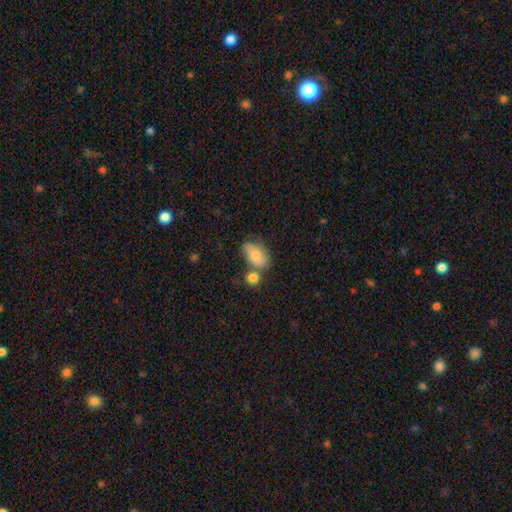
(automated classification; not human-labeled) smooth 76%, featured or disk 17%, star or artifact 7%. Down the decision tree: how rounded — in between (90%); merging — none (44%).